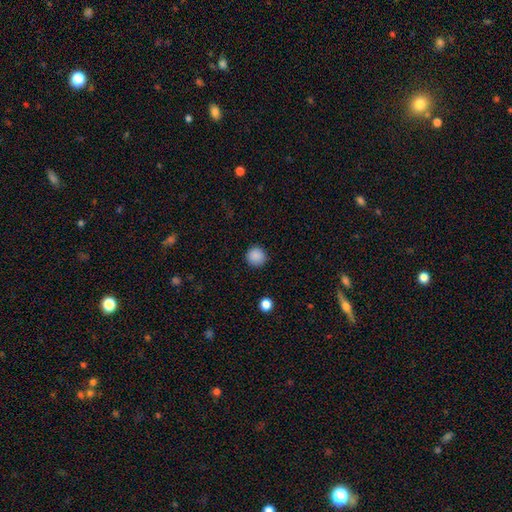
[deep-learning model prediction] This appears to be a smooth galaxy with no disk features (88%) that is round (94%). Merging: none (91%).